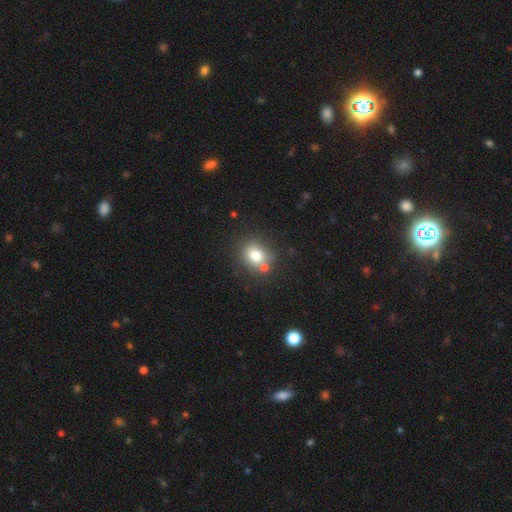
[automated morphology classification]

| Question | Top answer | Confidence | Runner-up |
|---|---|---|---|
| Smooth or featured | smooth | 76% | star or artifact (12%) |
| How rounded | round | 66% | in between (33%) |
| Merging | none | 66% | merger (18%) |